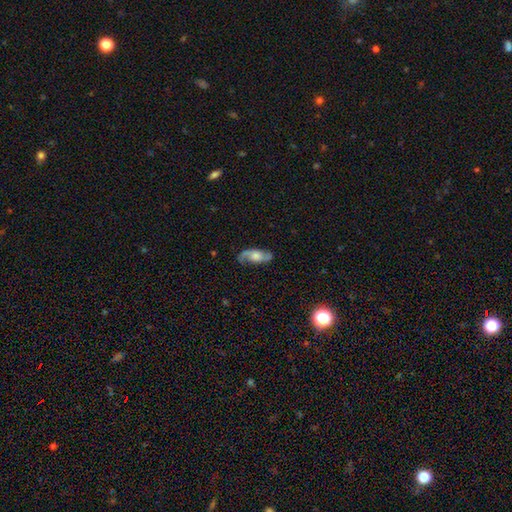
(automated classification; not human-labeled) Q: Smooth or featured?
A: featured or disk (74%); runner-up: smooth (20%)
Q: Edge-on disk?
A: no (91%); runner-up: yes (9%)
Q: Bar?
A: no (63%); runner-up: weak (30%)
Q: Spiral arms?
A: yes (93%); runner-up: no (7%)
Q: Spiral winding?
A: loose (48%); runner-up: medium (39%)
Q: Spiral arm count?
A: 2 (87%); runner-up: 1 (5%)
Q: Bulge size?
A: moderate (41%); runner-up: large (30%)
Q: Merging?
A: none (76%); runner-up: minor disturbance (16%)